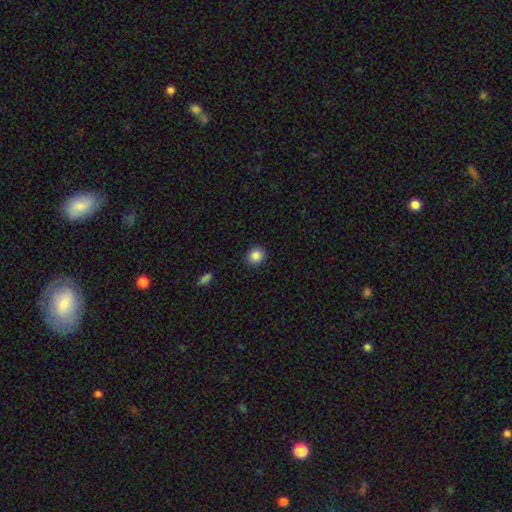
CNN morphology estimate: smooth-or-featured: smooth: 87% | star or artifact: 10% | featured or disk: 3%
  how-rounded: round: 86% | in between: 13% | cigar-shaped: 1%
  merging: none: 91% | minor disturbance: 6% | major disturbance: 2% | merger: 1%